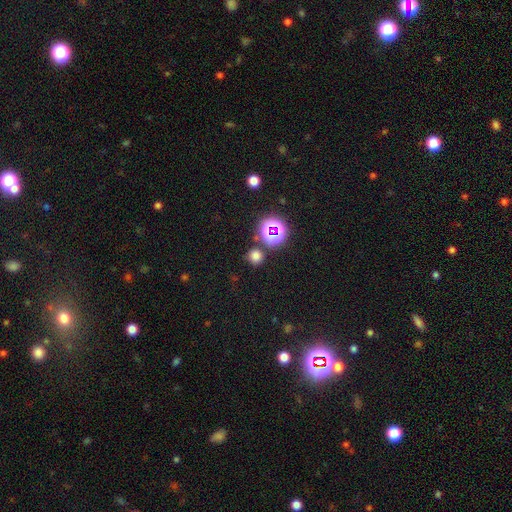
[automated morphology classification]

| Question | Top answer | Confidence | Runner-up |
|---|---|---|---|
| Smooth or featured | smooth | 68% | star or artifact (27%) |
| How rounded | round | 92% | in between (7%) |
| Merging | none | 81% | minor disturbance (8%) |